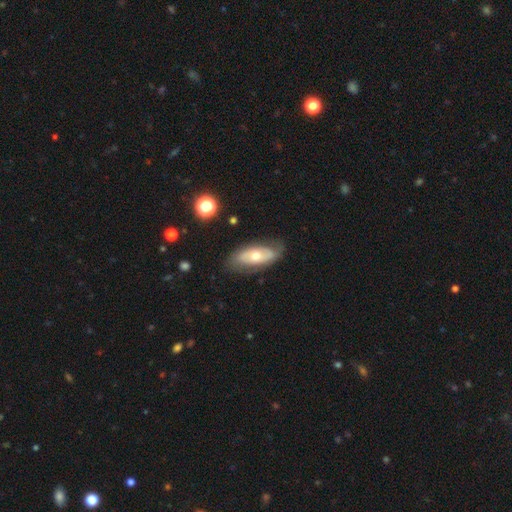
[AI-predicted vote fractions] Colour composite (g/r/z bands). It shows a featured or disk galaxy (51%). Merging: none (73%).